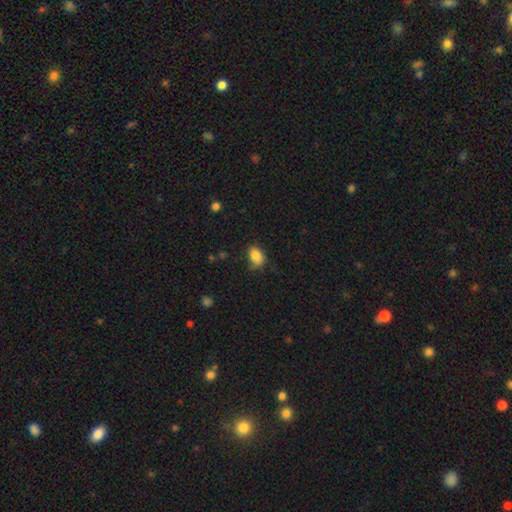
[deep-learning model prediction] Smooth or featured? smooth (83%)
How rounded? in between (81%)
Merging? none (62%)